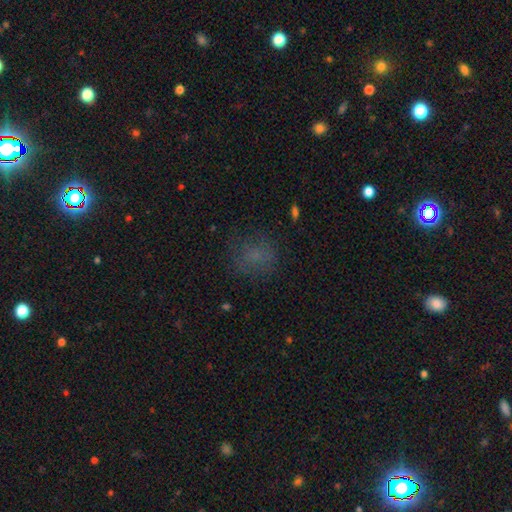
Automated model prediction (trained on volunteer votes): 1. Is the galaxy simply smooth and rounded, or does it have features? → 63% smooth, 23% star or artifact, 14% featured or disk.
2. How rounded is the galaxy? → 74% round, 24% in between, 1% cigar-shaped.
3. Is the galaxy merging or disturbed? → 73% none, 16% minor disturbance, 10% major disturbance, 1% merger.